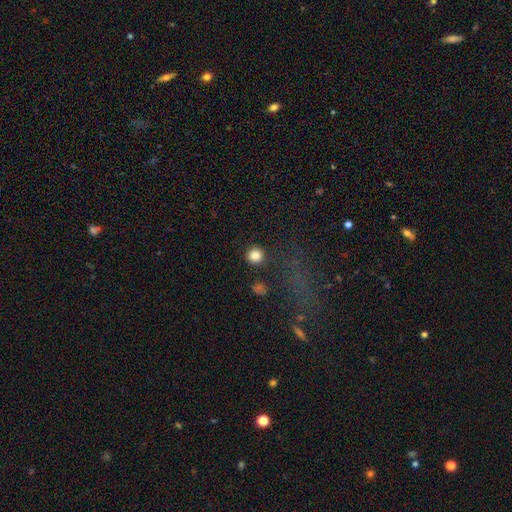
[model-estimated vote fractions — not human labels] The model was most divided on "smooth or featured": smooth: 84%, star or artifact: 11%, featured or disk: 5%. More confident: how rounded — round (96%); merging — none (90%).